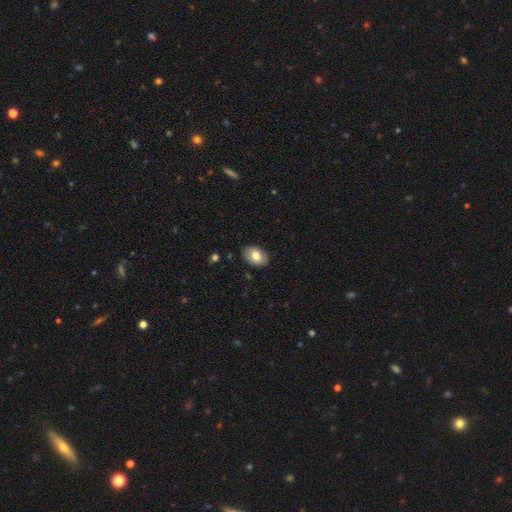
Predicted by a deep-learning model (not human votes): smooth 79%, featured or disk 14%, star or artifact 7%. Down the decision tree: how rounded — in between (86%); merging — none (85%).